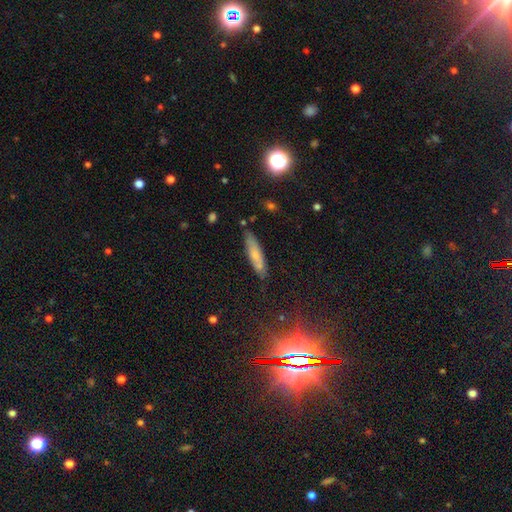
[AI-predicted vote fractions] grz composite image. It shows a smooth galaxy with no disk features (66%) that is cigar-shaped (78%). Merging: none (79%).